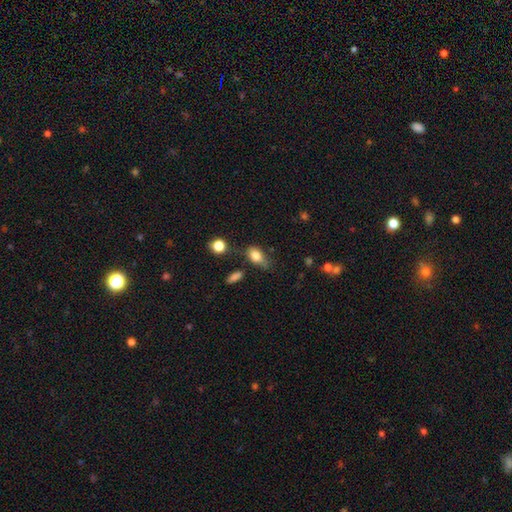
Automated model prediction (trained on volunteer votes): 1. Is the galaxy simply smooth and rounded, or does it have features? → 81% smooth, 10% featured or disk, 9% star or artifact.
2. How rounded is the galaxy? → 84% in between, 12% round, 4% cigar-shaped.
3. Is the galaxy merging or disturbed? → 52% none, 31% minor disturbance, 11% major disturbance, 6% merger.